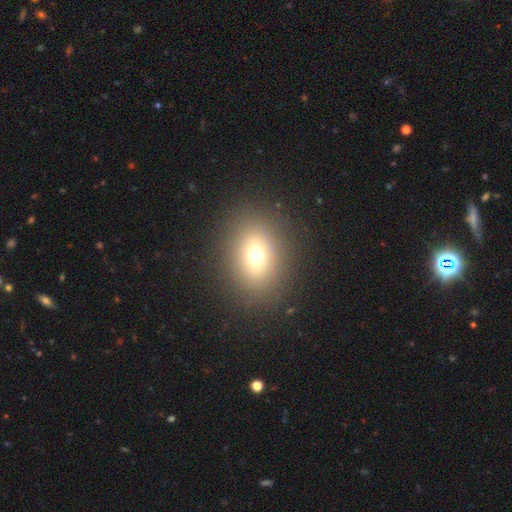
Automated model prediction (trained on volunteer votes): Smooth or featured? Predicted: smooth (p=0.69). How rounded? Predicted: in between (p=0.60). Merging? Predicted: none (p=0.87).